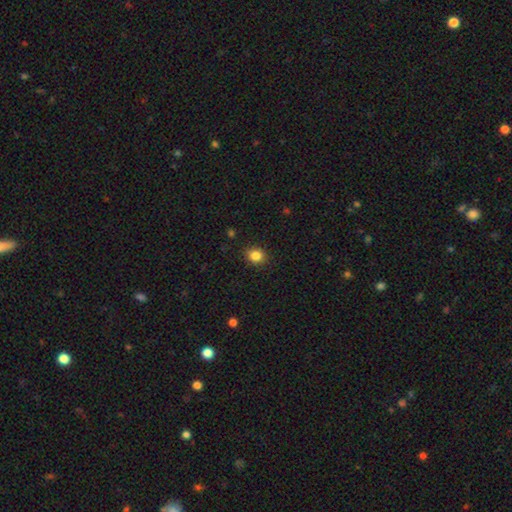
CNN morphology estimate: Overall: smooth (85%). How rounded: round (66%; in between 33%). Merging: none (89%).